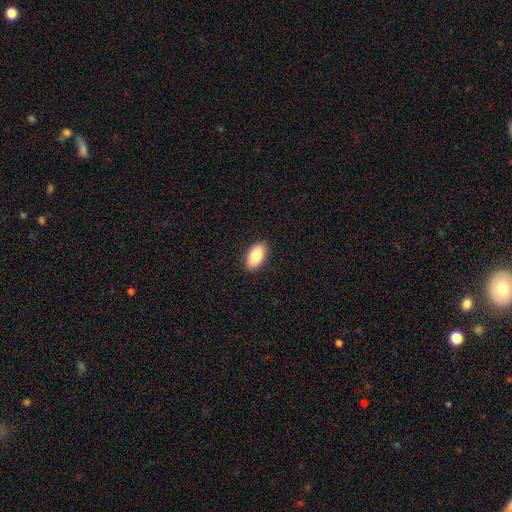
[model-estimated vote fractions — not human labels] Smooth or featured?
  - smooth: 83% *
  - featured or disk: 10%
  - star or artifact: 7%
How rounded?
  - in between: 94% *
  - round: 4%
  - cigar-shaped: 2%
Merging?
  - none: 90% *
  - minor disturbance: 7%
  - major disturbance: 2%
  - merger: 1%